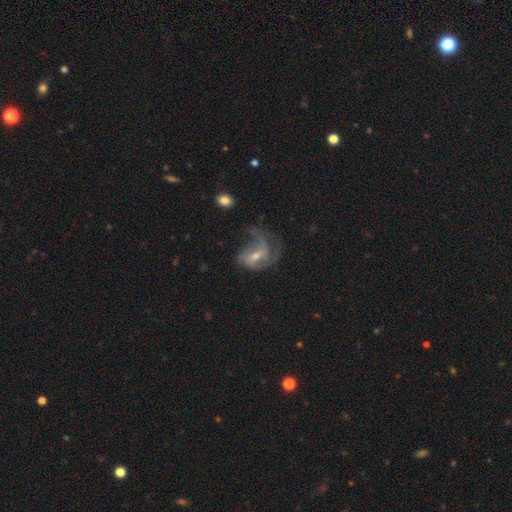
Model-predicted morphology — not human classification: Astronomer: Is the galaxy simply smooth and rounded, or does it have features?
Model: featured or disk — 65%.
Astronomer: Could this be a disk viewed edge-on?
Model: no — 96%.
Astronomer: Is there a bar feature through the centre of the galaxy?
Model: weak — 48% (runner-up: no, 34%).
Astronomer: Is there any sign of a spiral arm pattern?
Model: yes — 74%.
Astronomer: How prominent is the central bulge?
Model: moderate — 49% (runner-up: small, 43%).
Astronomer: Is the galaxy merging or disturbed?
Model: major disturbance — 44% (runner-up: none, 30%).